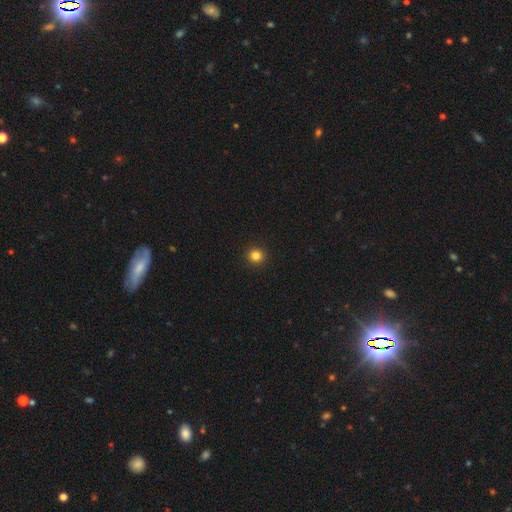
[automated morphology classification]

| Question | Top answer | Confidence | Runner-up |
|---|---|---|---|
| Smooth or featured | smooth | 83% | star or artifact (13%) |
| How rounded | round | 94% | in between (5%) |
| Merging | none | 94% | minor disturbance (4%) |